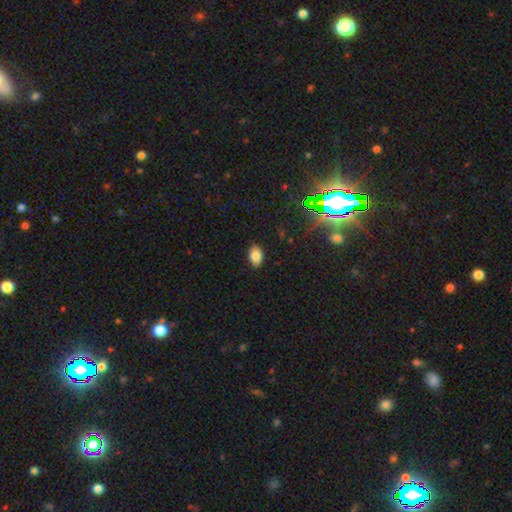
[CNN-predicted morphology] smooth 82%, star or artifact 12%, featured or disk 6%. Down the decision tree: how rounded — in between (85%); merging — none (87%).